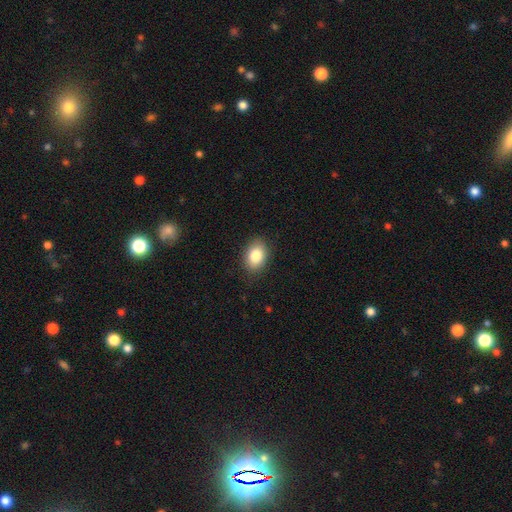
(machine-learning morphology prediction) Q: Smooth or featured?
A: smooth (84%); runner-up: star or artifact (8%)
Q: How rounded?
A: in between (78%); runner-up: round (21%)
Q: Merging?
A: none (86%); runner-up: minor disturbance (10%)